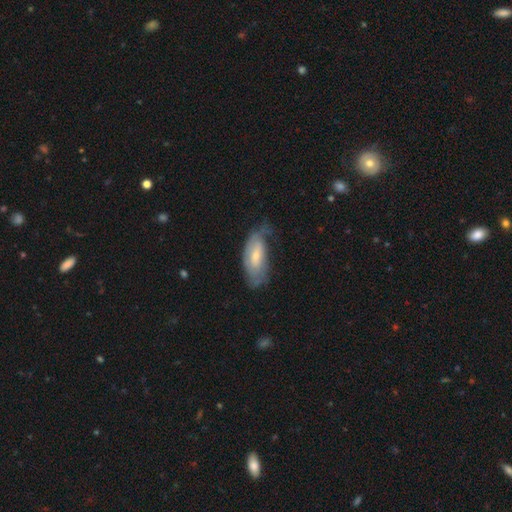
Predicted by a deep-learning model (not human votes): featured or disk 57%, smooth 36%, star or artifact 6%. Down the decision tree: edge-on disk — no (89%); bar — no (58%); spiral arms — yes (76%); bulge size — small (58%); merging — none (48%).